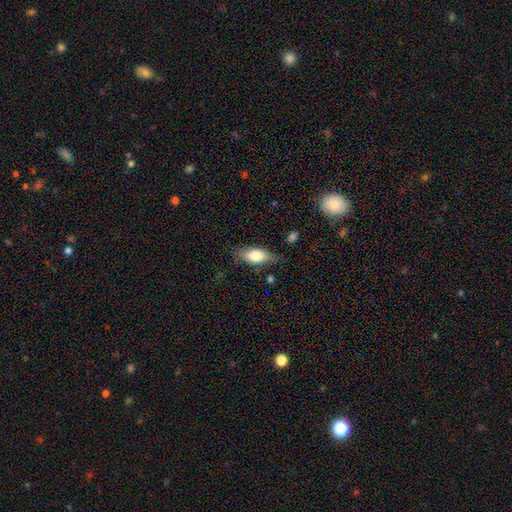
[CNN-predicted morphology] Smooth or featured? Predicted: smooth (p=0.75). How rounded? Predicted: in between (p=0.82). Merging? Predicted: none (p=0.73).